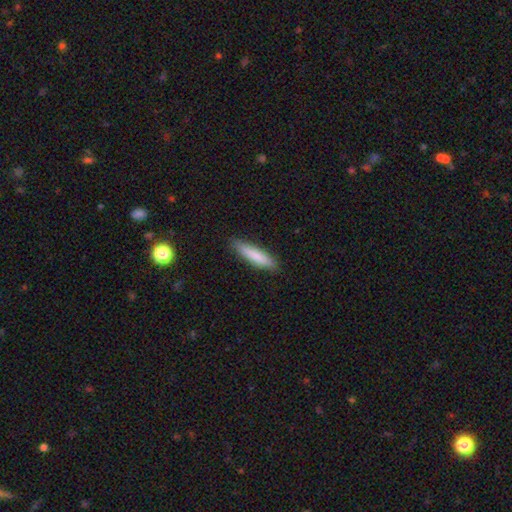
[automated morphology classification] Smooth or featured? smooth (83%)
How rounded? cigar-shaped (79%)
Merging? none (87%)